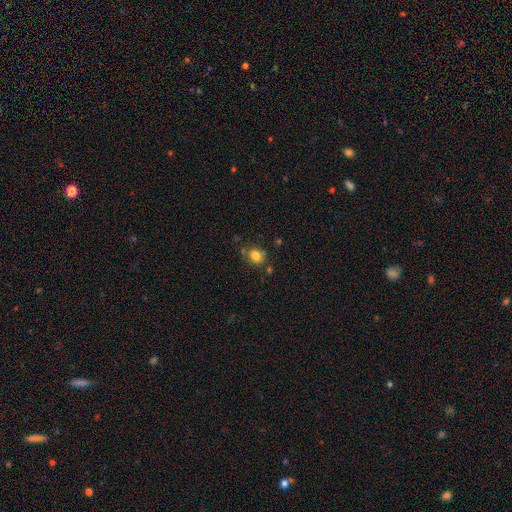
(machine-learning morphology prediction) The model was most divided on "how rounded": round: 61%, in between: 38%, cigar-shaped: 1%. More confident: smooth or featured — smooth (79%); merging — none (69%).